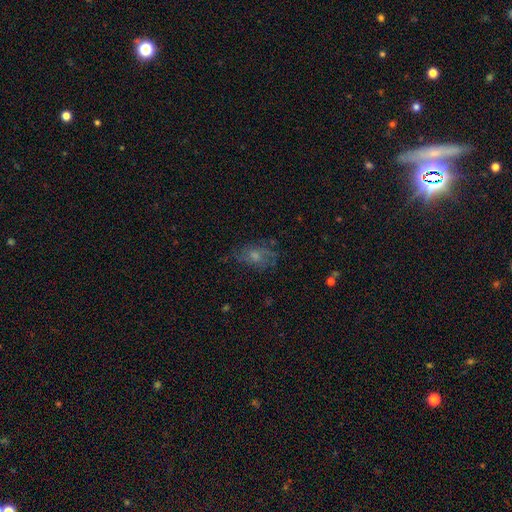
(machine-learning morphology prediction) type=featured or disk (44%); merging=none (60%).